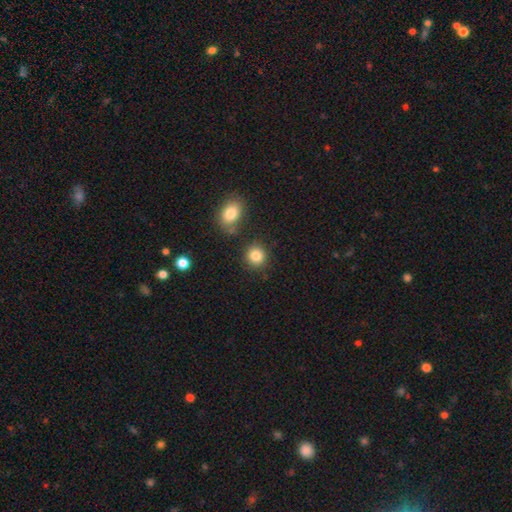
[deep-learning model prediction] smooth-or-featured: smooth: 85% | star or artifact: 10% | featured or disk: 6%
  how-rounded: round: 85% | in between: 14% | cigar-shaped: 1%
  merging: none: 82% | minor disturbance: 9% | merger: 6% | major disturbance: 3%